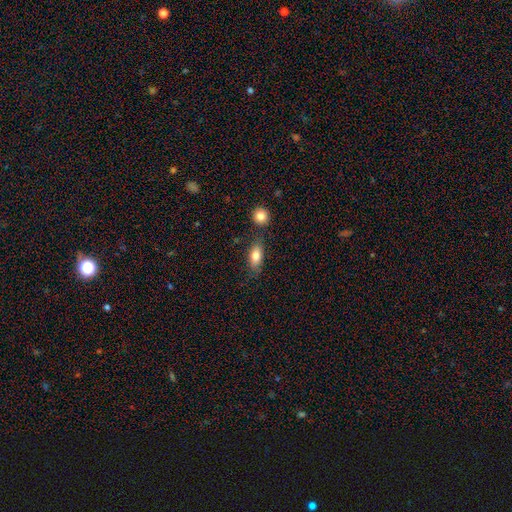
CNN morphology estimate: smooth 79%, featured or disk 13%, star or artifact 7%. Down the decision tree: how rounded — in between (84%); merging — none (74%).